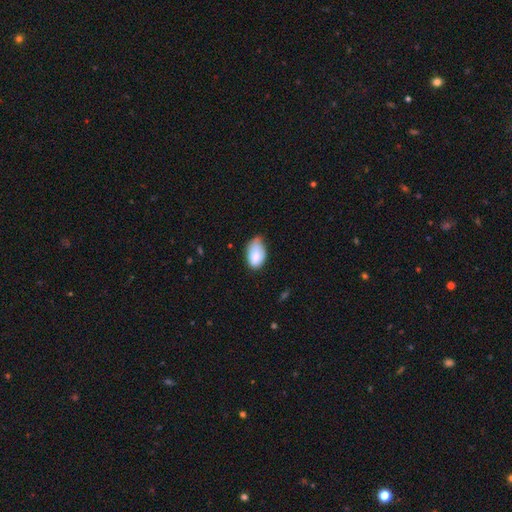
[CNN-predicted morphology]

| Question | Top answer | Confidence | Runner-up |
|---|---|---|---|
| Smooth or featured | smooth | 83% | featured or disk (10%) |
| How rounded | in between | 91% | round (8%) |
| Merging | minor disturbance | 49% | none (39%) |